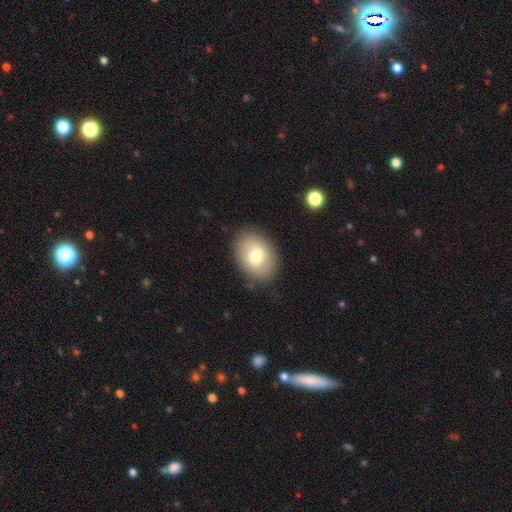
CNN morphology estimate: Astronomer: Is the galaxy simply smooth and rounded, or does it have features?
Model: smooth — 71%.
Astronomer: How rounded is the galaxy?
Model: in between — 75%.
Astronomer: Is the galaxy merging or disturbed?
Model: none — 84%.